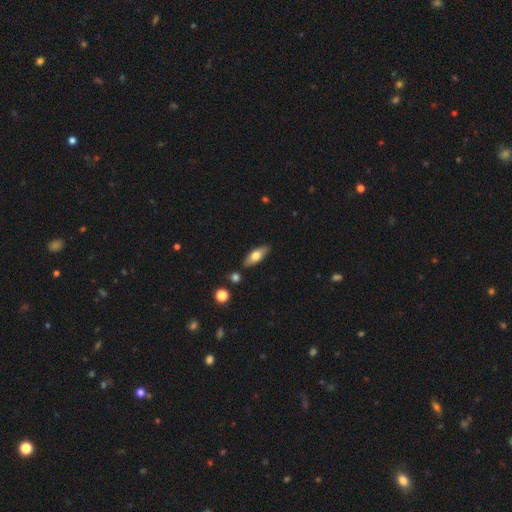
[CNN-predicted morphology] The model was most divided on "smooth or featured": smooth: 60%, featured or disk: 34%, star or artifact: 6%. More confident: merging — none (84%); how rounded — in between (66%).